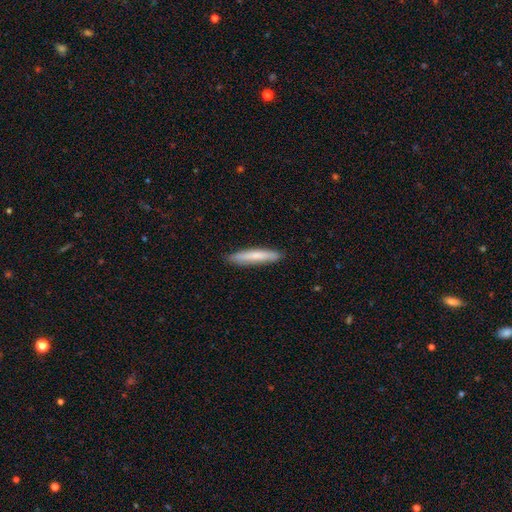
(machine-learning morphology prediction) smooth 73%, featured or disk 22%, star or artifact 5%. Down the decision tree: how rounded — cigar-shaped (93%); merging — none (89%).